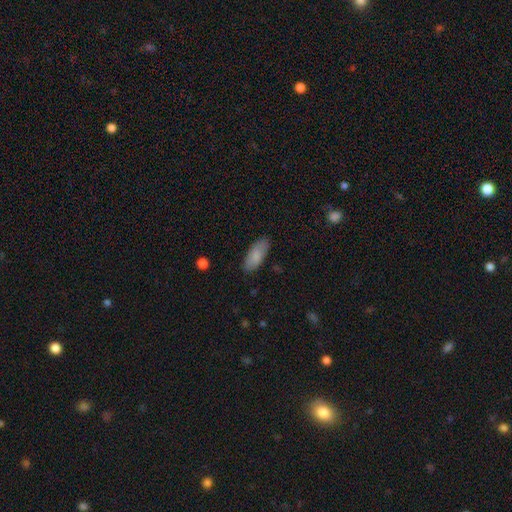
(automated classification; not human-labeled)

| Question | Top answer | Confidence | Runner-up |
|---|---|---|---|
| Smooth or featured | smooth | 84% | featured or disk (10%) |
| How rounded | in between | 80% | cigar-shaped (19%) |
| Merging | none | 83% | minor disturbance (13%) |